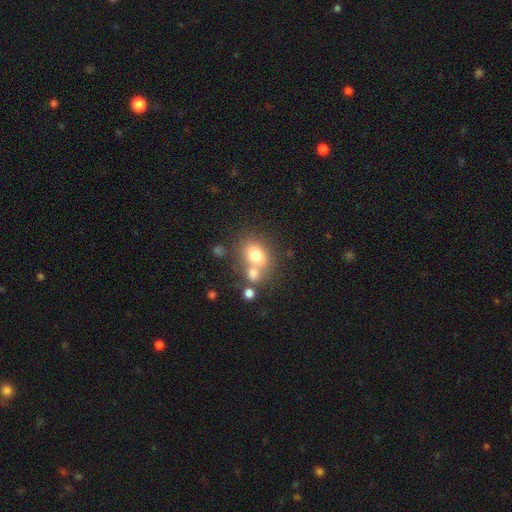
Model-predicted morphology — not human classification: This is likely a smooth galaxy (74%). How rounded: likely in between (62%). Merging: marginally none (44%).